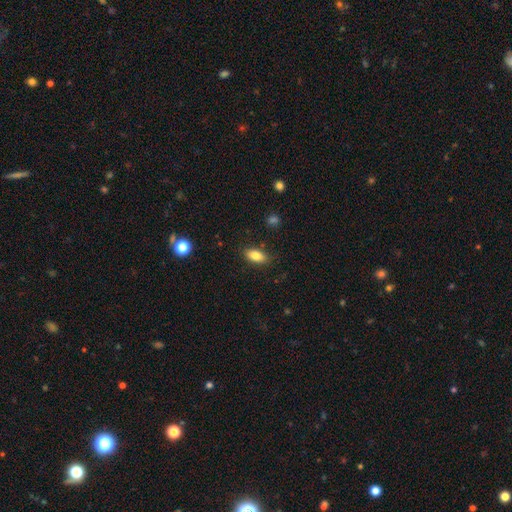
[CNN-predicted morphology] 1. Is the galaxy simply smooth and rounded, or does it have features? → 83% smooth, 9% featured or disk, 8% star or artifact.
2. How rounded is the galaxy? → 87% in between, 8% cigar-shaped, 4% round.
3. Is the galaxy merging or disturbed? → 84% none, 12% minor disturbance, 3% major disturbance, 2% merger.